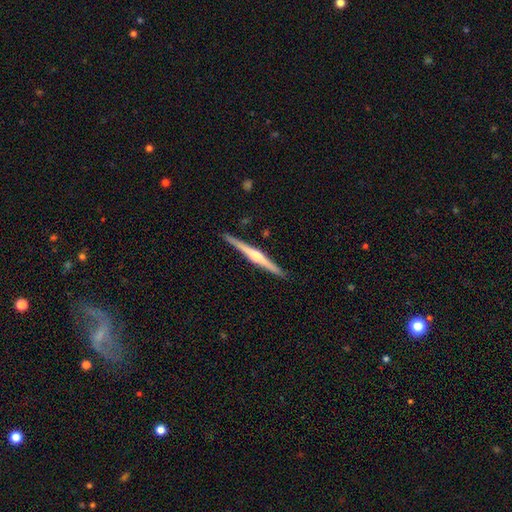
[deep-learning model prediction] Smooth or featured? Predicted: featured or disk (p=0.78). Edge-on disk? Predicted: yes (p=0.99). Edge-on bulge? Predicted: rounded (p=0.85). Merging? Predicted: none (p=0.91).